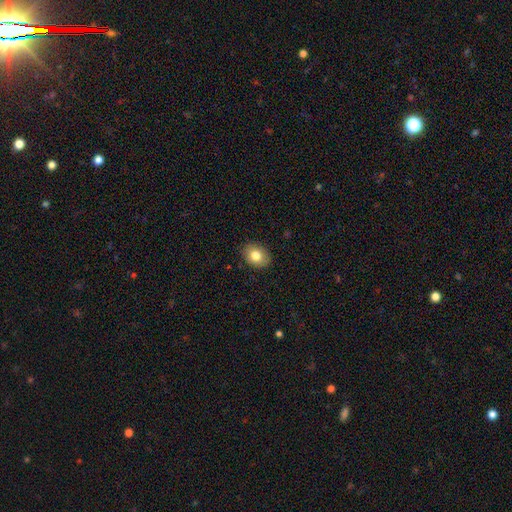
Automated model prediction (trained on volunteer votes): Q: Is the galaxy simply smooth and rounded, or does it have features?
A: smooth — 81%.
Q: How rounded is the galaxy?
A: in between — 61%.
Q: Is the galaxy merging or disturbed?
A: none — 88%.